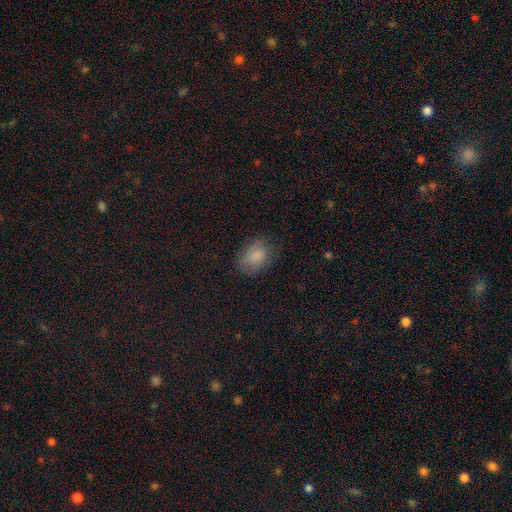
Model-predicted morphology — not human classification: Overall: smooth (82%). How rounded: in between (79%). Merging: none (69%).